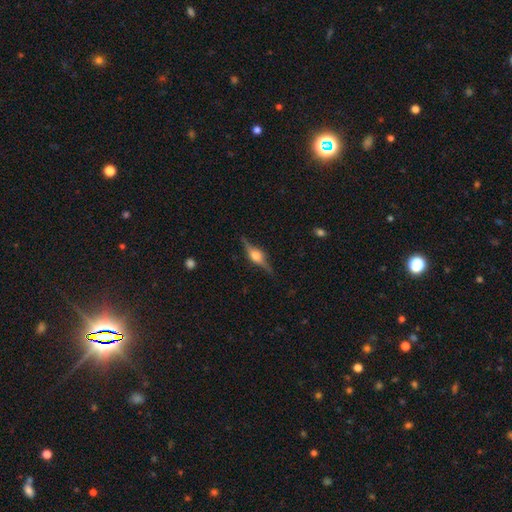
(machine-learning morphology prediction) type=featured or disk (76%); edge-on=yes (97%); edge-on bulge=rounded (89%); merging=none (85%).